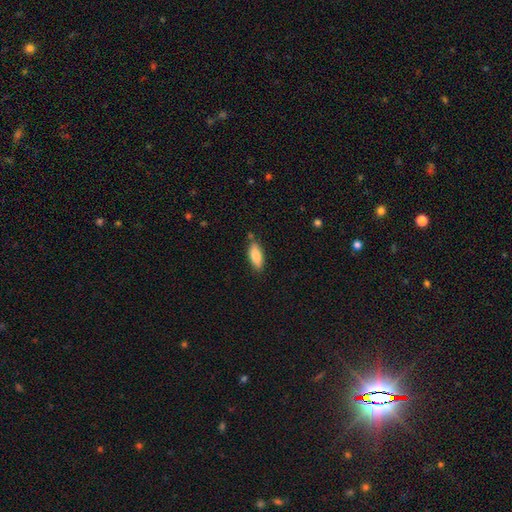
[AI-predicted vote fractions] This appears to be a smooth galaxy with no disk features (79%) that is in between round and cigar-shaped (75%). Merging: none (79%).